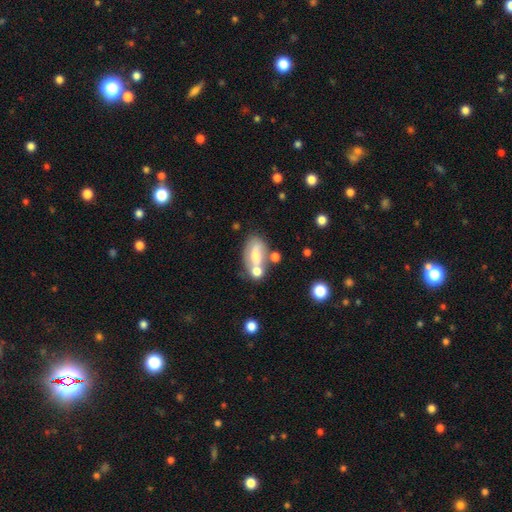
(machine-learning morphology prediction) type=smooth (50%); roundness=in between (83%); merging=none (37%).